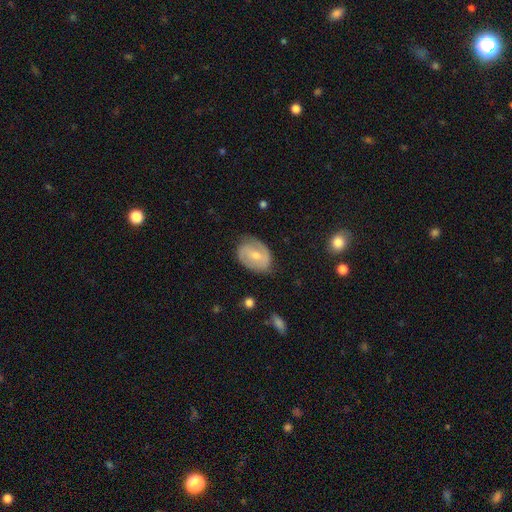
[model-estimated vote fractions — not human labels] Smooth or featured? featured or disk (64%)
Edge-on disk? no (96%)
Bar? weak (46%)
Spiral arms? yes (82%)
Spiral winding? tight (42%)
Spiral arm count? 2 (74%)
Bulge size? moderate (52%)
Merging? none (71%)